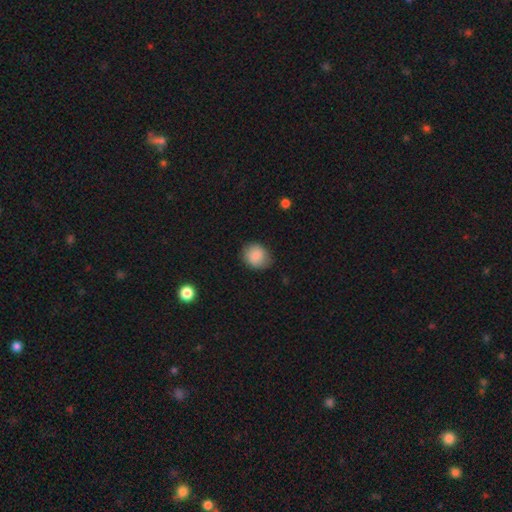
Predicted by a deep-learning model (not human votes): Morphology: type=smooth (84%); roundness=round (75%); merging=none (80%).